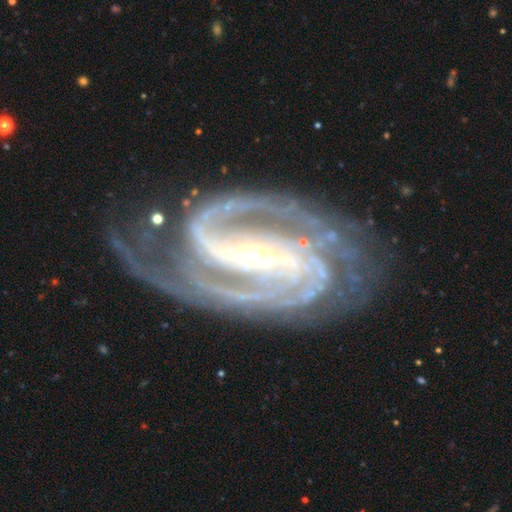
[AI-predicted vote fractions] Morphology: type=featured or disk (94%); edge-on=no (97%); bar=strong (66%); spiral arms=yes (99%); winding=tight (51%); arm count=2 (57%); bulge=small (73%); merging=none (69%).